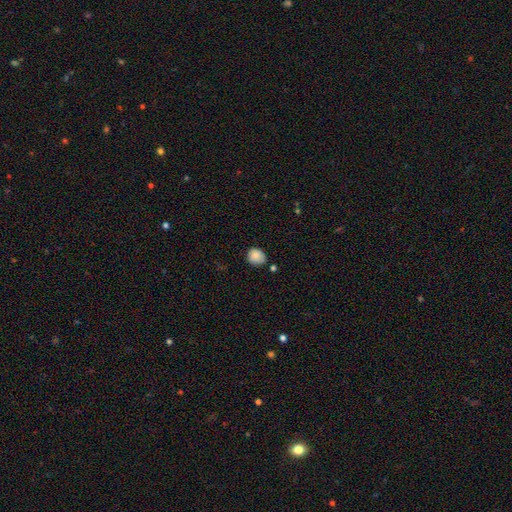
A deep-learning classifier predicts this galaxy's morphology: Overall: smooth (86%). How rounded: round (71%). Merging: none (65%; minor disturbance 25%).